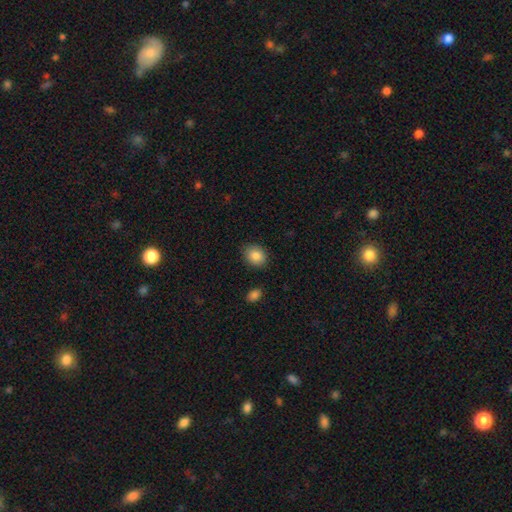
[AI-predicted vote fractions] The model was most divided on "how rounded": round: 54%, in between: 46%, cigar-shaped: 1%. More confident: smooth or featured — smooth (87%); merging — none (86%).